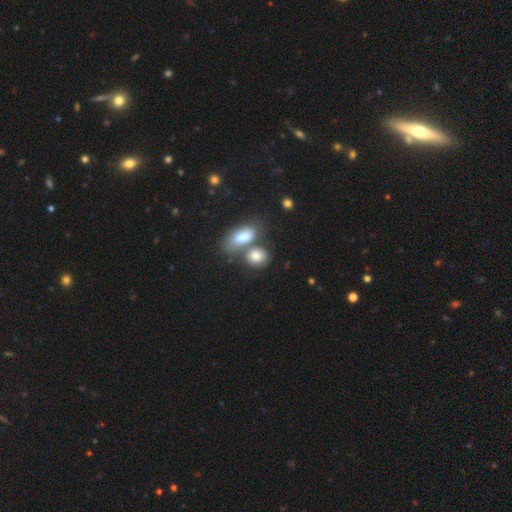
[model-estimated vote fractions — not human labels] This appears to be a smooth galaxy with no disk features (78%) that is in between round and cigar-shaped (55%). Merging: none (43%).